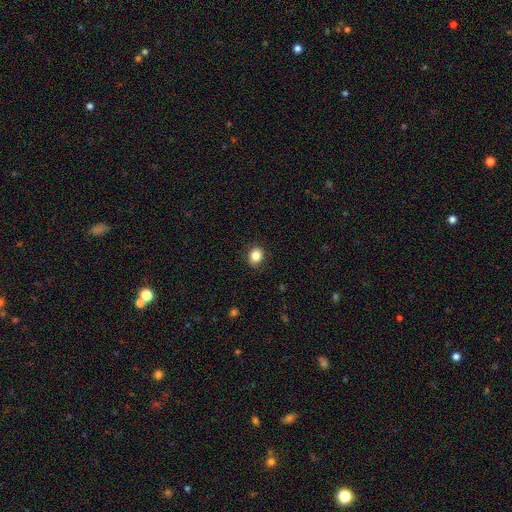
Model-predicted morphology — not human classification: Smooth or featured? Predicted: smooth (p=0.85). How rounded? Predicted: round (p=0.62). Merging? Predicted: none (p=0.89).